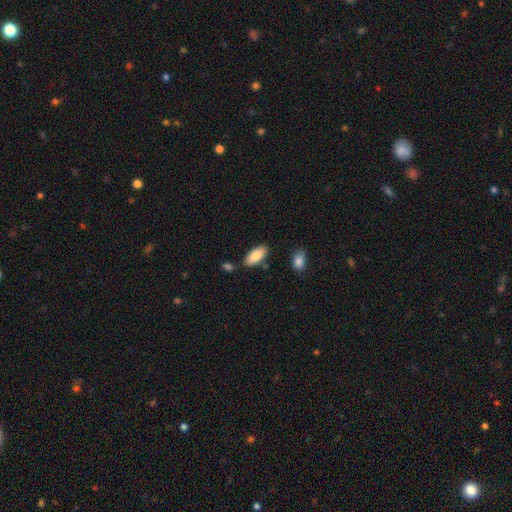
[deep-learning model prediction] A smooth galaxy with no disk features (85%) that is in between round and cigar-shaped (88%).

Vote fractions:
- Smooth or featured? smooth: 85% / featured or disk: 10% / star or artifact: 6%
- How rounded? in between: 88% / cigar-shaped: 10% / round: 2%
- Merging? none: 81% / minor disturbance: 12% / merger: 5% / major disturbance: 2%